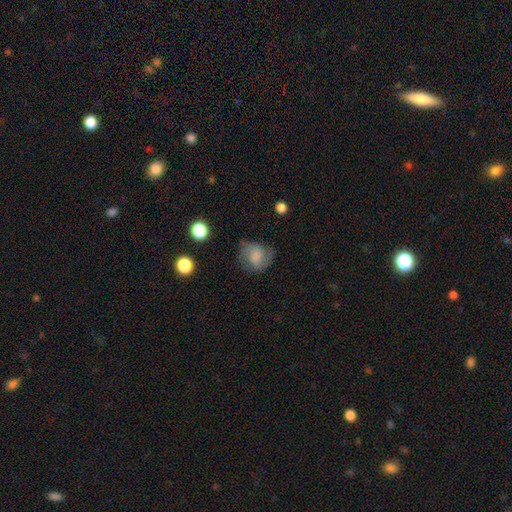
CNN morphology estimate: Smooth or featured? Predicted: smooth (p=0.50). How rounded? Predicted: round (p=0.63). Merging? Predicted: none (p=0.62).